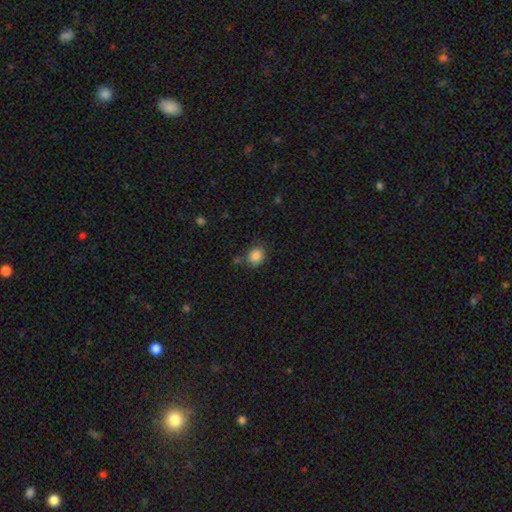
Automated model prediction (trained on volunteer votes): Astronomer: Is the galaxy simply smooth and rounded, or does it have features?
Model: smooth — 86%.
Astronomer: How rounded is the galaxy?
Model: round — 60% (runner-up: in between, 39%).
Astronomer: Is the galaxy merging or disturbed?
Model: none — 73%.